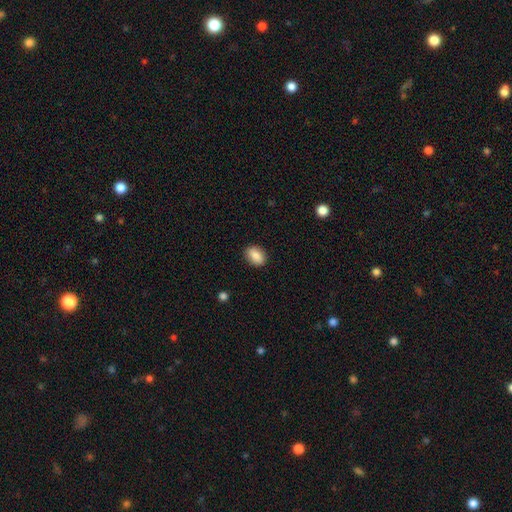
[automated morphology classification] smooth 87%, star or artifact 7%, featured or disk 5%. Down the decision tree: how rounded — in between (80%); merging — none (88%).